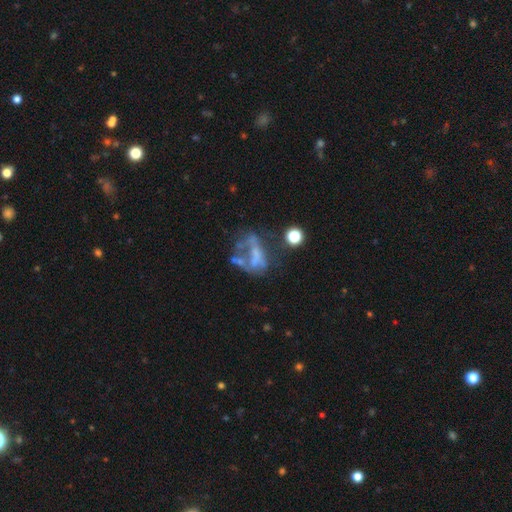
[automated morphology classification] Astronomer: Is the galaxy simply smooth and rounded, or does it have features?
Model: featured or disk — 57%.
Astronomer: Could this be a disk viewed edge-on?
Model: no — 97%.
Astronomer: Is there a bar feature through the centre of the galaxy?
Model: no — 83%.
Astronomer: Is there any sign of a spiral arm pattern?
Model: no — 90%.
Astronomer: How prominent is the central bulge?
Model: none — 71%.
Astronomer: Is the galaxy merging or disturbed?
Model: major disturbance — 37% (runner-up: none, 29%).